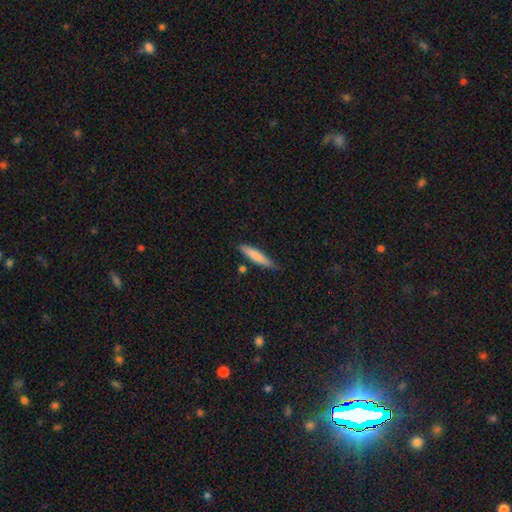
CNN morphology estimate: Overall: smooth (78%). How rounded: cigar-shaped (89%). Merging: none (78%).